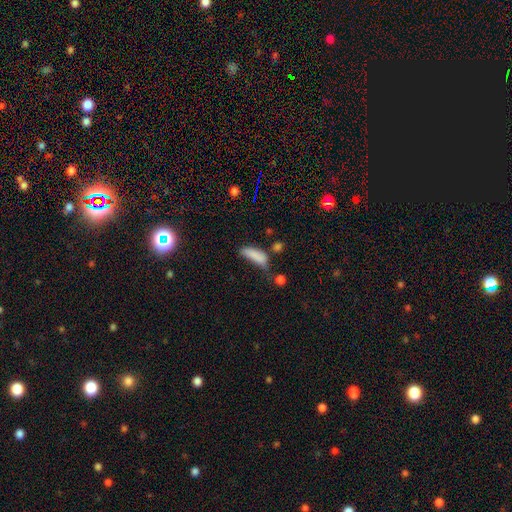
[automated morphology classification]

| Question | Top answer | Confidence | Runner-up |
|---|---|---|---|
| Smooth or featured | smooth | 82% | star or artifact (9%) |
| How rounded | in between | 56% | cigar-shaped (41%) |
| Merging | none | 36% | minor disturbance (34%) |